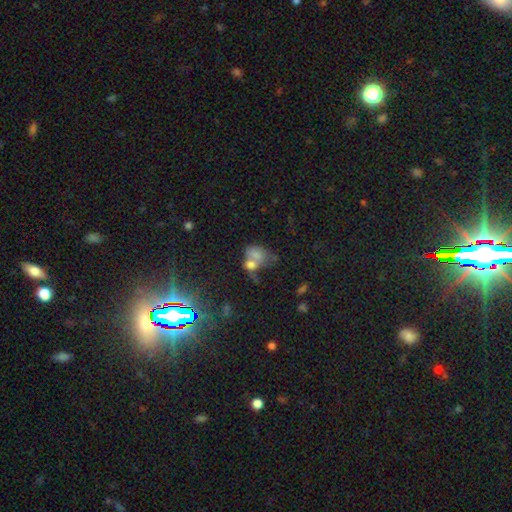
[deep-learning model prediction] Morphology: type=smooth (65%); roundness=in between (68%); merging=merger (57%).